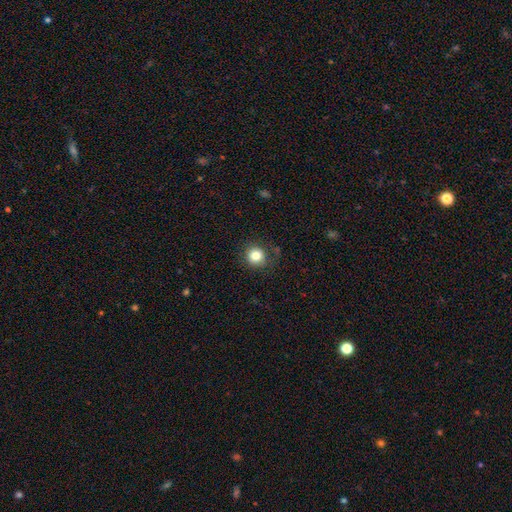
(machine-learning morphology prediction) smooth_or_featured: smooth (p=0.83) [alt: star or artifact p=0.11]
how_rounded: round (p=0.91) [alt: in between p=0.08]
merging: none (p=0.85) [alt: minor disturbance p=0.10]